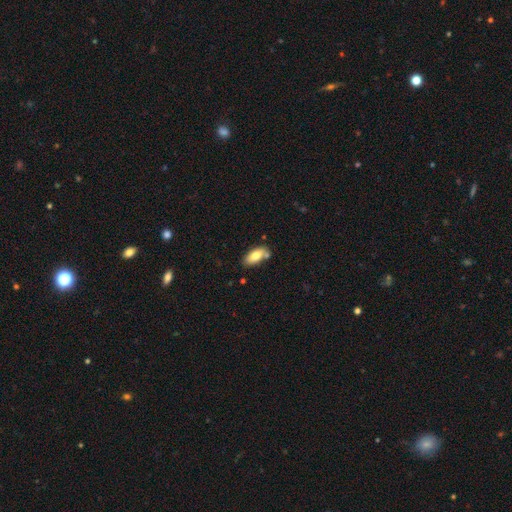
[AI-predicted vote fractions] smooth_or_featured: smooth (p=0.76) [alt: featured or disk p=0.17]
how_rounded: in between (p=0.89) [alt: cigar-shaped p=0.09]
merging: none (p=0.67) [alt: minor disturbance p=0.18]